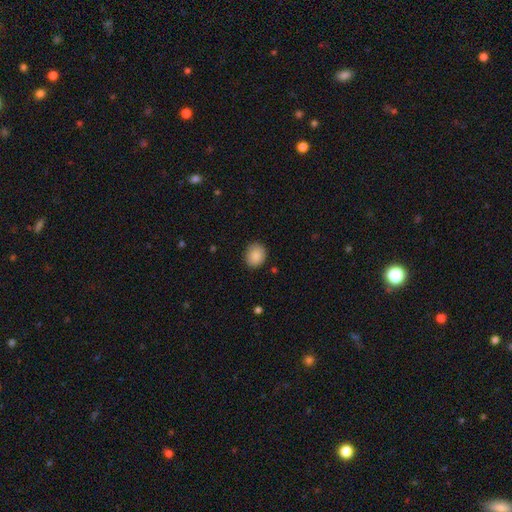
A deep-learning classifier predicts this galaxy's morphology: This appears to be a smooth galaxy with no disk features (87%) that is round (64%). Merging: none (86%).